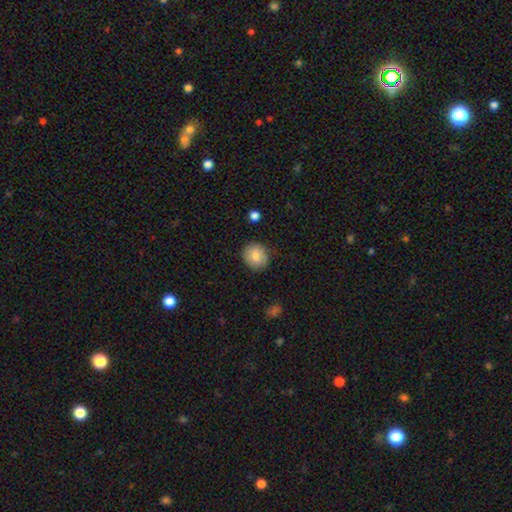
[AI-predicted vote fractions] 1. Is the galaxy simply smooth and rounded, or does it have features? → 82% smooth, 10% featured or disk, 8% star or artifact.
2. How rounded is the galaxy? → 80% round, 19% in between, 1% cigar-shaped.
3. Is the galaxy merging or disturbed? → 85% none, 11% minor disturbance, 2% major disturbance, 1% merger.